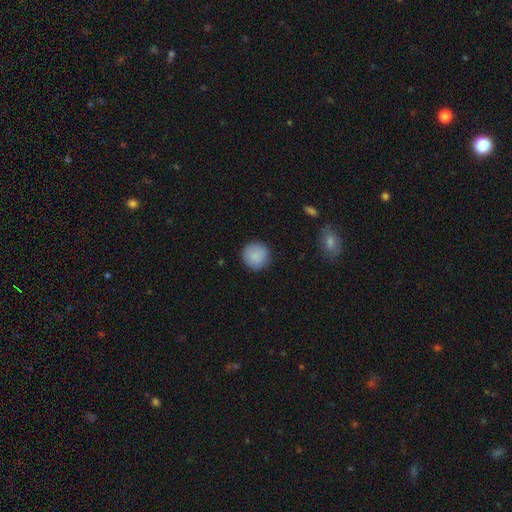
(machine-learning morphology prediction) Smooth or featured: smooth — 89% (star or artifact — 7%)
How rounded: round — 95% (in between — 4%)
Merging: none — 89% (minor disturbance — 7%)